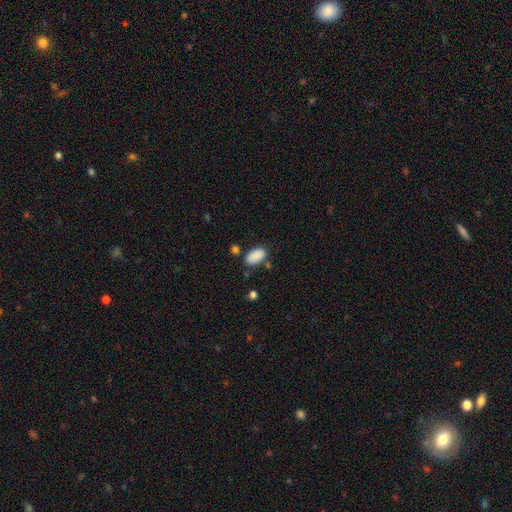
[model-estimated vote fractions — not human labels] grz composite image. It shows a smooth galaxy with no disk features (89%) that is in between round and cigar-shaped (94%). Merging: none (75%).